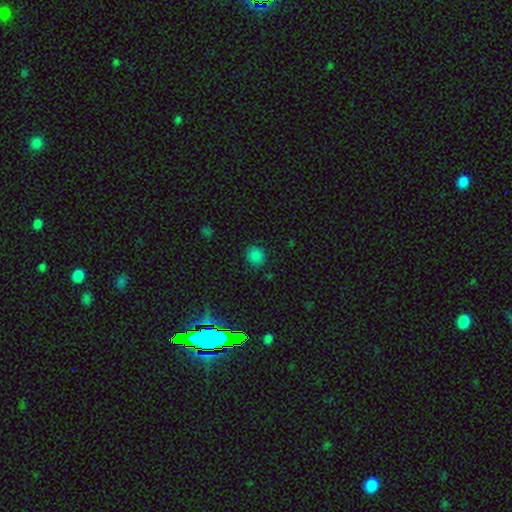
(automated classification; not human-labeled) Smooth or featured?
  - smooth: 81% *
  - star or artifact: 15%
  - featured or disk: 4%
How rounded?
  - round: 86% *
  - in between: 13%
  - cigar-shaped: 1%
Merging?
  - none: 86% *
  - minor disturbance: 10%
  - major disturbance: 3%
  - merger: 2%